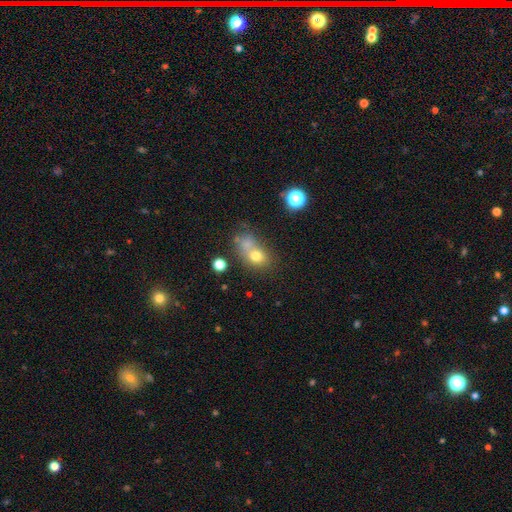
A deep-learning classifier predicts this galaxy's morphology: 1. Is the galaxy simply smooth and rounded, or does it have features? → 70% smooth, 16% featured or disk, 15% star or artifact.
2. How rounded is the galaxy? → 52% in between, 46% round, 2% cigar-shaped.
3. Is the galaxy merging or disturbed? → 40% merger, 35% none, 15% minor disturbance, 10% major disturbance.